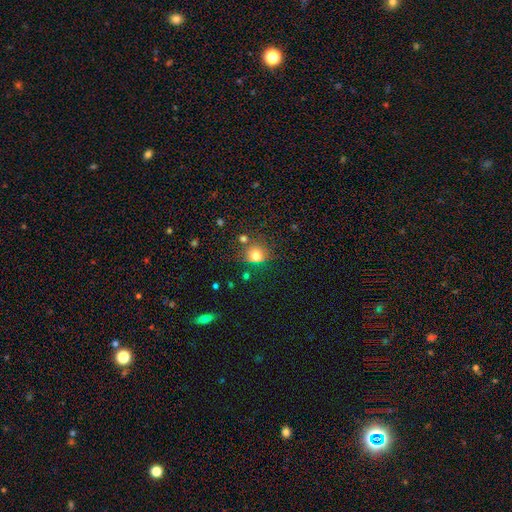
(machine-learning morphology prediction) Q: Smooth or featured?
A: smooth (77%); runner-up: star or artifact (15%)
Q: How rounded?
A: round (84%); runner-up: in between (15%)
Q: Merging?
A: none (70%); runner-up: minor disturbance (14%)